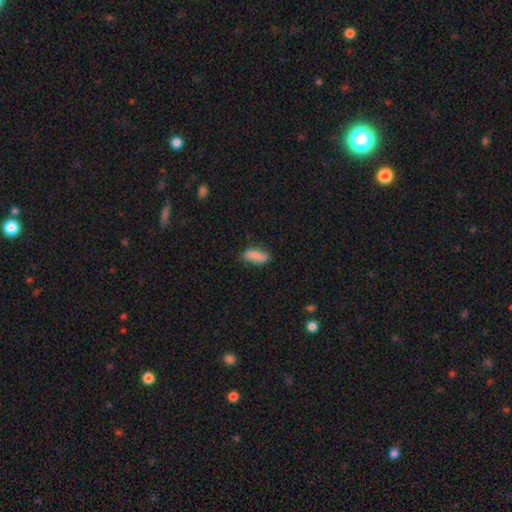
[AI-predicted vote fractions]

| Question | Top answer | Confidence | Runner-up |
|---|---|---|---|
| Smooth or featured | smooth | 83% | featured or disk (11%) |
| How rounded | in between | 80% | cigar-shaped (17%) |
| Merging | none | 76% | minor disturbance (19%) |